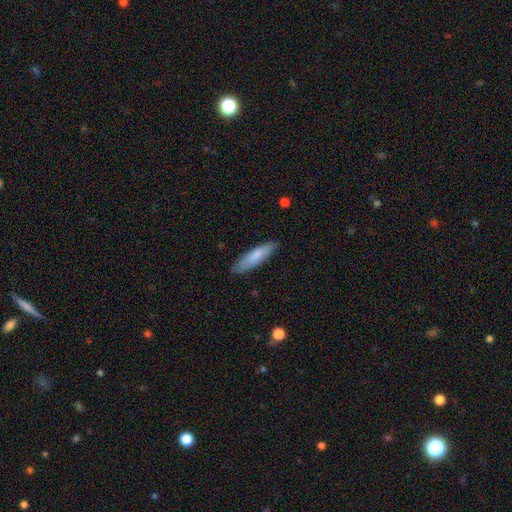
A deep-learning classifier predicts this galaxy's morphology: Smooth or featured? Predicted: smooth (p=0.79). How rounded? Predicted: cigar-shaped (p=0.68). Merging? Predicted: none (p=0.83).